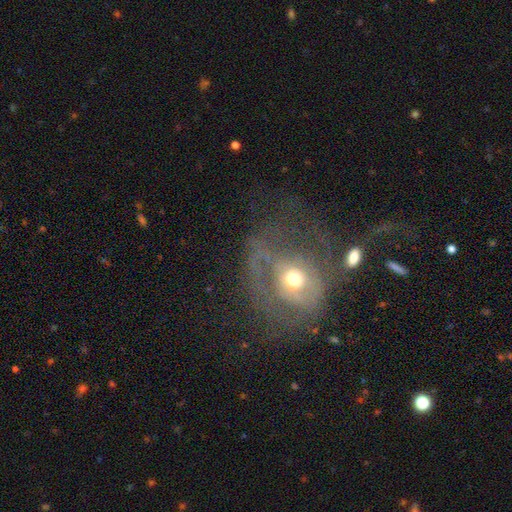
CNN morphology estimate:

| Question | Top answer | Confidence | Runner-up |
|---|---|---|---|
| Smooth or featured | featured or disk | 60% | smooth (24%) |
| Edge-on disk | no | 95% | yes (5%) |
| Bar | no | 61% | weak (26%) |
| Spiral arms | no | 53% | yes (47%) |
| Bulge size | moderate | 63% | small (28%) |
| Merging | major disturbance | 36% | tied: none (36%) |